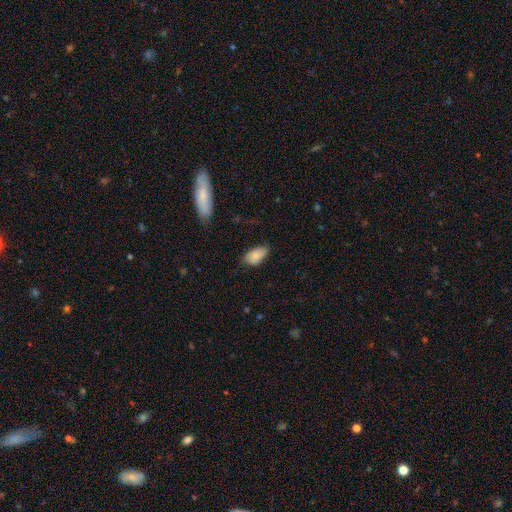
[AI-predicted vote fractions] Smooth or featured?
  - smooth: 85% *
  - featured or disk: 8%
  - star or artifact: 7%
How rounded?
  - in between: 93% *
  - cigar-shaped: 4%
  - round: 3%
Merging?
  - none: 62% *
  - minor disturbance: 30%
  - major disturbance: 6%
  - merger: 2%